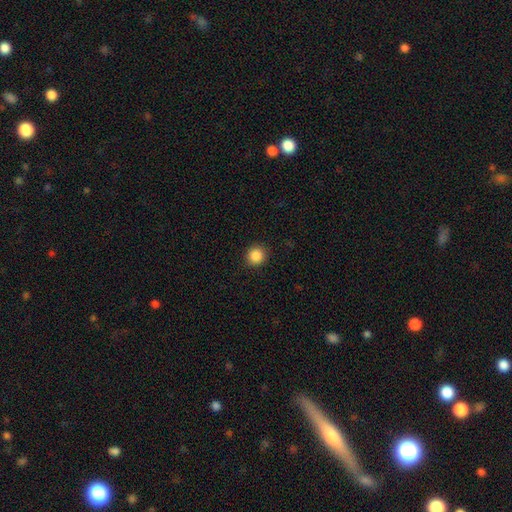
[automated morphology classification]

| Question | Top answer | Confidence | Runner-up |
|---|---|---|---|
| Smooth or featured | smooth | 87% | star or artifact (10%) |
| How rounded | round | 92% | in between (7%) |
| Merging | none | 92% | minor disturbance (6%) |